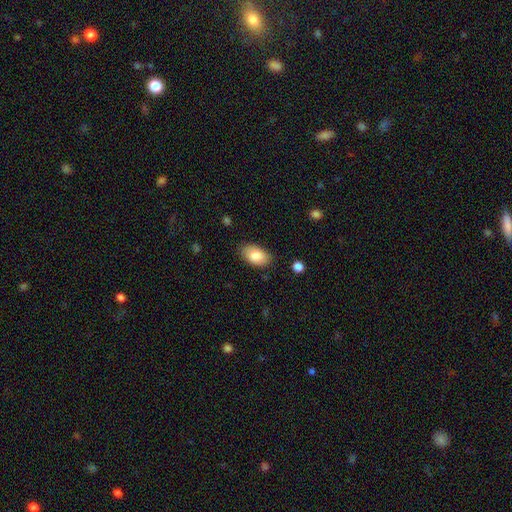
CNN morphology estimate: smooth_or_featured: smooth (p=0.85) [alt: featured or disk p=0.09]
how_rounded: in between (p=0.92) [alt: round p=0.06]
merging: none (p=0.82) [alt: minor disturbance p=0.14]